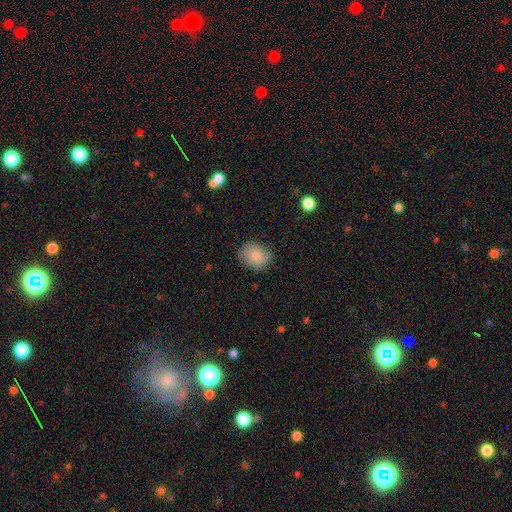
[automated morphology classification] smooth-or-featured: smooth: 80% | featured or disk: 13% | star or artifact: 8%
  how-rounded: round: 57% | in between: 42% | cigar-shaped: 1%
  merging: none: 75% | minor disturbance: 19% | major disturbance: 4% | merger: 1%